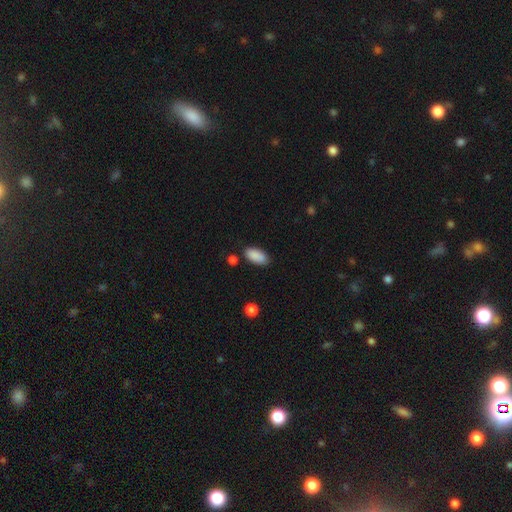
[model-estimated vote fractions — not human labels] Smooth or featured: smooth — 89% (star or artifact — 7%)
How rounded: in between — 92% (cigar-shaped — 6%)
Merging: none — 79% (minor disturbance — 14%)